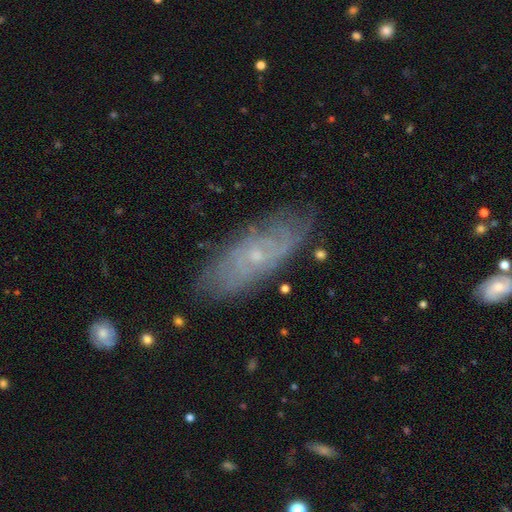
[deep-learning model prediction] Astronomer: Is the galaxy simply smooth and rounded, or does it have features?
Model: featured or disk — 71%.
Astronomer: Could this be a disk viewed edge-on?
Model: no — 84%.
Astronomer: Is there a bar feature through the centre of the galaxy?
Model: no — 76%.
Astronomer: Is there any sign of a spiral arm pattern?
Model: yes — 83%.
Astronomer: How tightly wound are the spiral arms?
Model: tight — 65%.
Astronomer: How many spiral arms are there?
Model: can't tell — 62%.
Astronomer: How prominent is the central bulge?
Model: small — 83%.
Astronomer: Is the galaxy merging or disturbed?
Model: none — 81%.